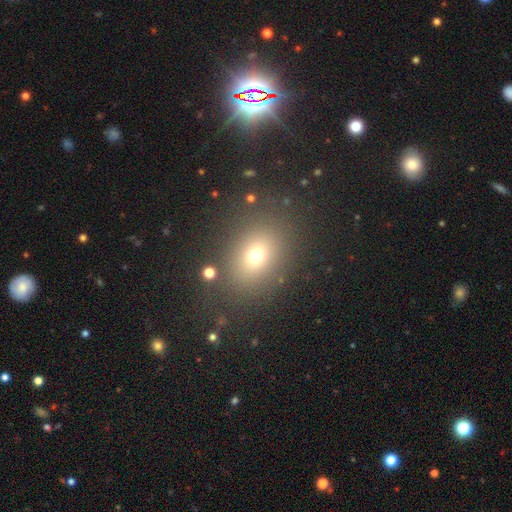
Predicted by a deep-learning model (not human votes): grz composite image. It shows a smooth galaxy with no disk features (69%) that is in between round and cigar-shaped (51%). Merging: none (82%).